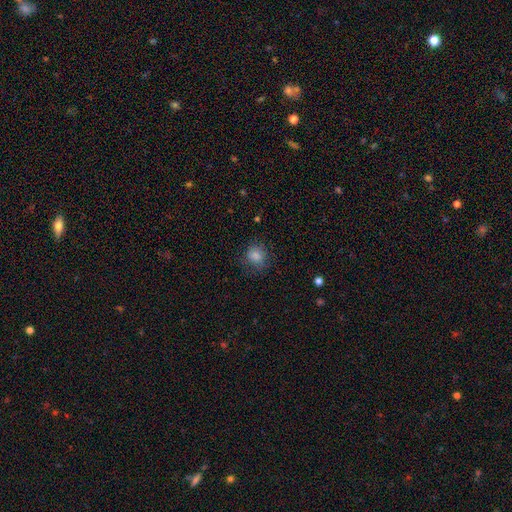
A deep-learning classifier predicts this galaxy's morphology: This appears to be a smooth galaxy with no disk features (84%) that is round (77%). Merging: none (75%).